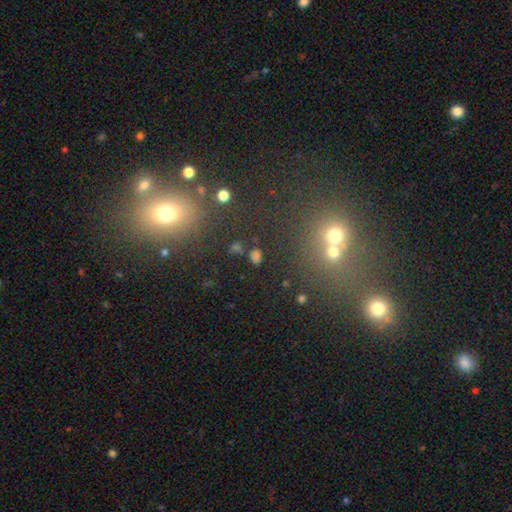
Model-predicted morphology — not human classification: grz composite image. It shows a smooth galaxy with no disk features (59%) that is round (58%). Merging: none (73%).